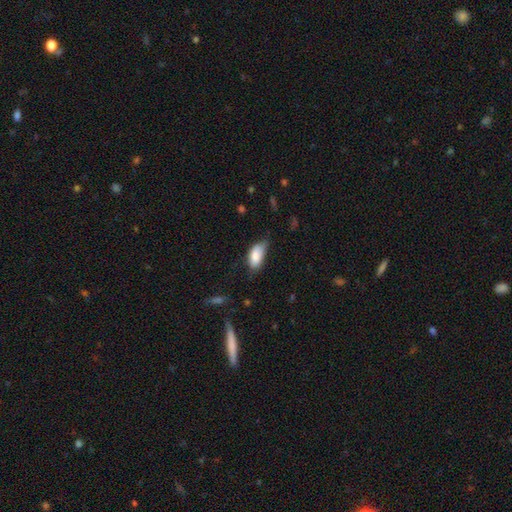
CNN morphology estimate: smooth 83%, featured or disk 10%, star or artifact 7%. Down the decision tree: how rounded — in between (92%); merging — none (43%, tied with minor disturbance).